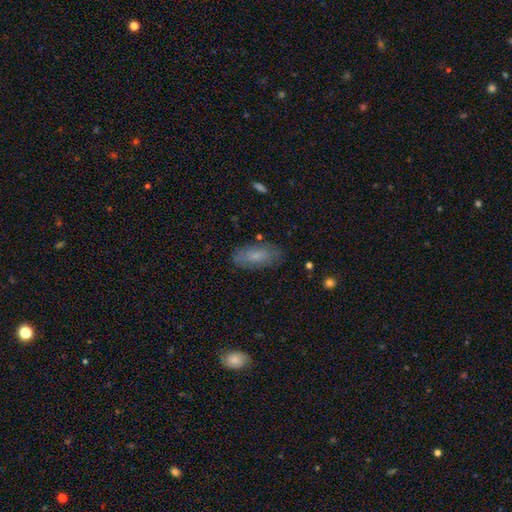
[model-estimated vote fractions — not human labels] A smooth galaxy with no disk features (72%) that is in between round and cigar-shaped (80%).

Vote fractions:
- Smooth or featured? smooth: 72% / featured or disk: 20% / star or artifact: 8%
- How rounded? in between: 80% / cigar-shaped: 18% / round: 2%
- Merging? none: 80% / minor disturbance: 15% / major disturbance: 4% / merger: 2%